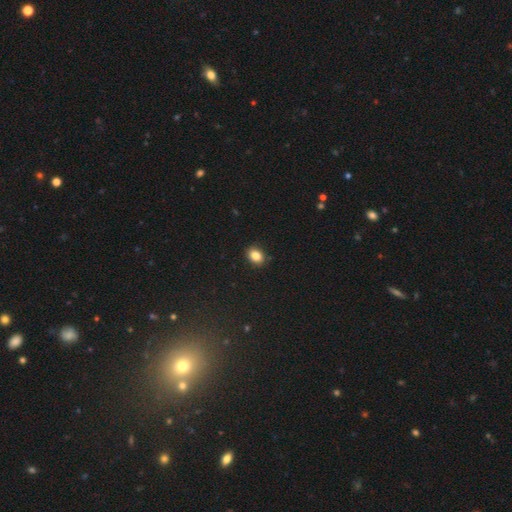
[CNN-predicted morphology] Overall: smooth (85%). How rounded: in between (66%; round 33%). Merging: none (88%).